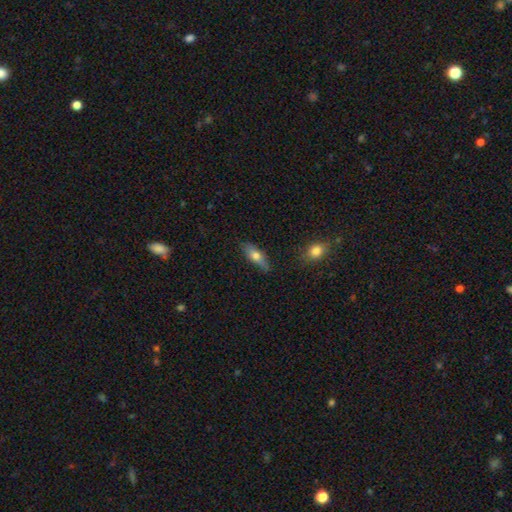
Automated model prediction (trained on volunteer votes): Smooth or featured? smooth (62%)
How rounded? in between (54%)
Merging? none (80%)